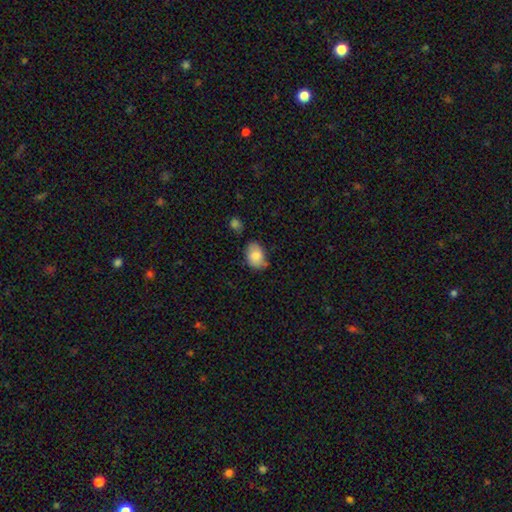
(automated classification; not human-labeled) Smooth or featured? smooth (82%)
How rounded? in between (79%)
Merging? none (63%)